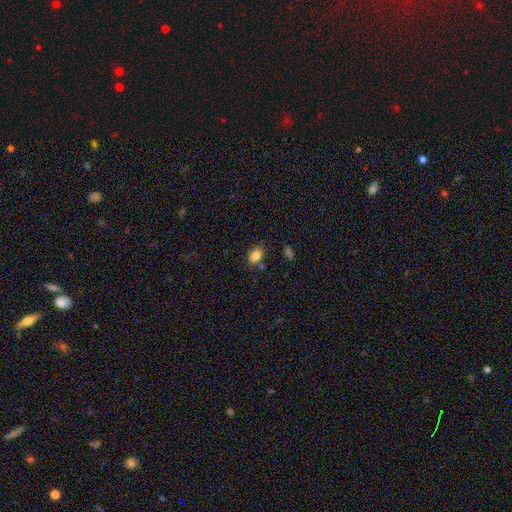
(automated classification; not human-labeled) The model was most divided on "merging": none: 77%, minor disturbance: 13%, merger: 6%, major disturbance: 3%. More confident: smooth or featured — smooth (84%); how rounded — in between (82%).